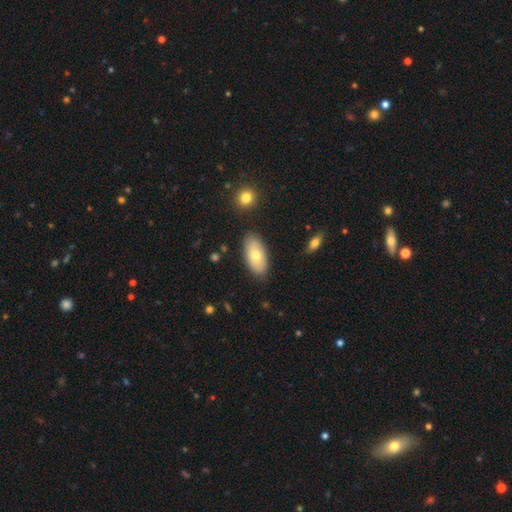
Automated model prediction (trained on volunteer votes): A smooth galaxy with no disk features (69%) that is in between round and cigar-shaped (94%).

Vote fractions:
- Smooth or featured? smooth: 69% / featured or disk: 25% / star or artifact: 6%
- How rounded? in between: 94% / cigar-shaped: 3% / round: 3%
- Merging? none: 84% / minor disturbance: 12% / major disturbance: 3% / merger: 2%